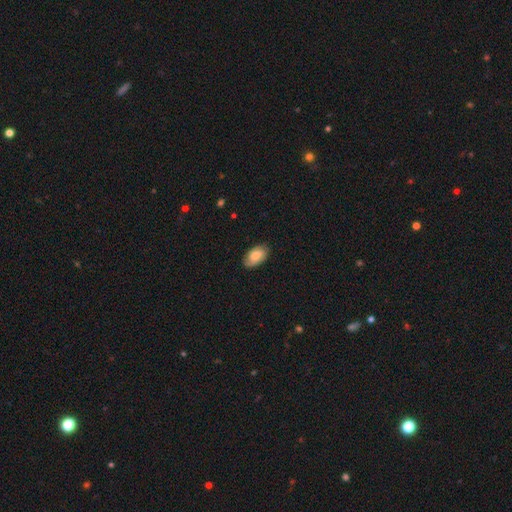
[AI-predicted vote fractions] Smooth or featured? Predicted: smooth (p=0.63). How rounded? Predicted: in between (p=0.94). Merging? Predicted: none (p=0.82).